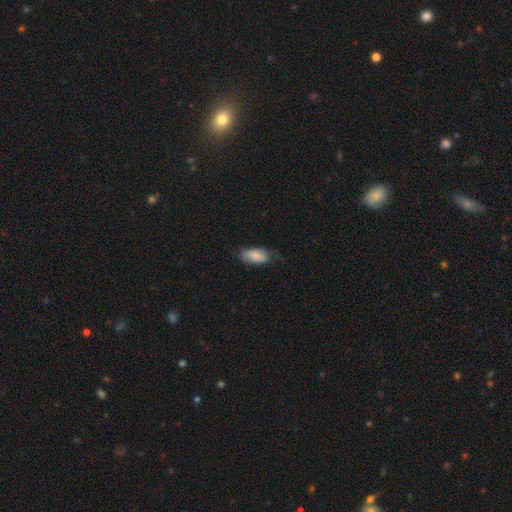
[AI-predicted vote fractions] The model was most divided on "merging": none: 59%, minor disturbance: 30%, major disturbance: 10%, merger: 1%. More confident: how rounded — in between (91%); smooth or featured — smooth (79%).